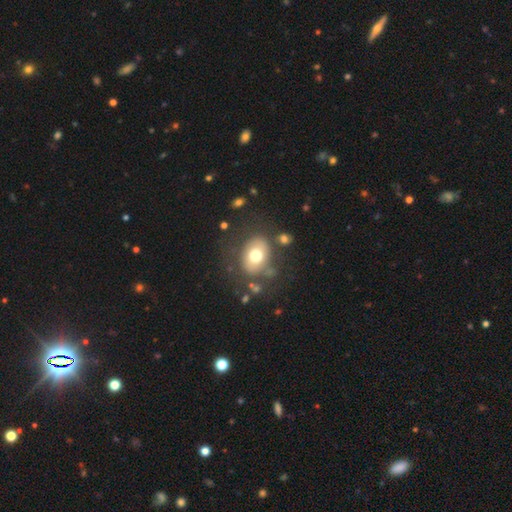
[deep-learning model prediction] Q: Smooth or featured?
A: smooth (67%); runner-up: featured or disk (23%)
Q: How rounded?
A: in between (59%); runner-up: round (40%)
Q: Merging?
A: none (70%); runner-up: minor disturbance (16%)